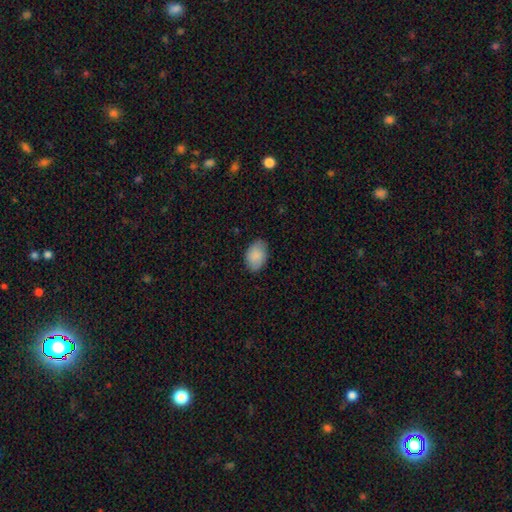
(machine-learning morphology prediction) Q: Smooth or featured?
A: smooth (88%); runner-up: star or artifact (6%)
Q: How rounded?
A: in between (87%); runner-up: round (12%)
Q: Merging?
A: none (82%); runner-up: minor disturbance (14%)